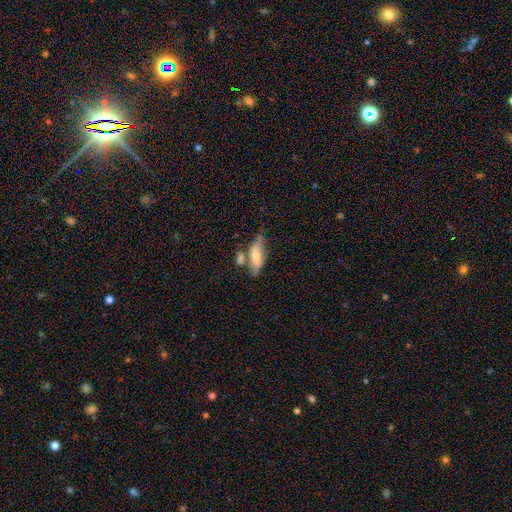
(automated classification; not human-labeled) This appears to be a smooth galaxy with no disk features (56%) that is in between round and cigar-shaped (67%). Merging: none (45%).